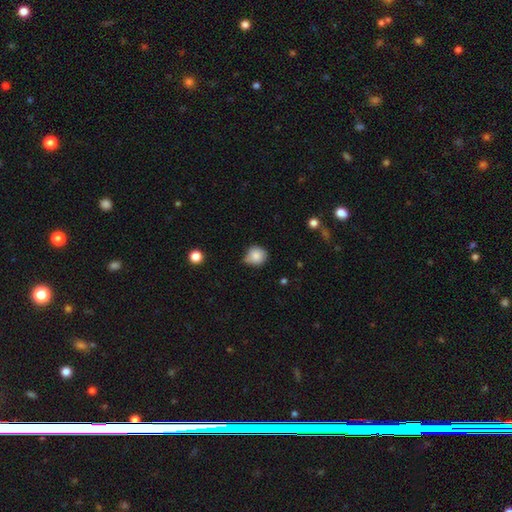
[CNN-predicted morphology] The model was most divided on "merging": none: 56%, minor disturbance: 35%, major disturbance: 5%, merger: 3%. More confident: how rounded — round (85%); smooth or featured — smooth (85%).